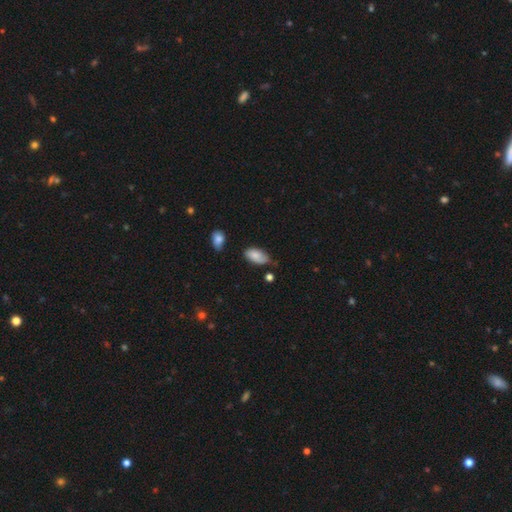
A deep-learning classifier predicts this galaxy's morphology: Smooth or featured: smooth — 78% (featured or disk — 15%)
How rounded: in between — 94% (round — 3%)
Merging: none — 53% (minor disturbance — 37%)